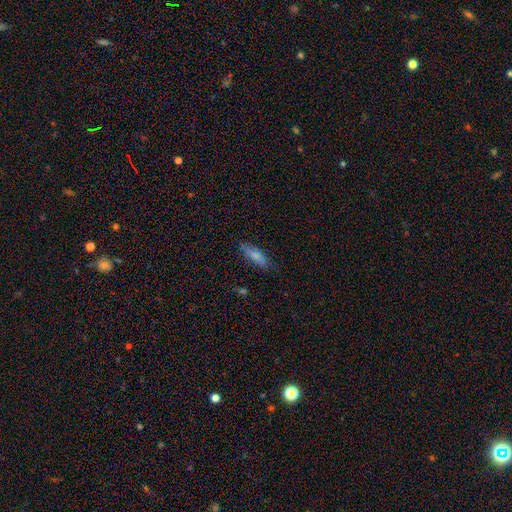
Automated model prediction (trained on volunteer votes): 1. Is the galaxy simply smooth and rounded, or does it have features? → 74% smooth, 17% featured or disk, 10% star or artifact.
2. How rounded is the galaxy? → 52% in between, 45% cigar-shaped, 2% round.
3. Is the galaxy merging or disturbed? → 75% none, 19% minor disturbance, 5% major disturbance, 2% merger.